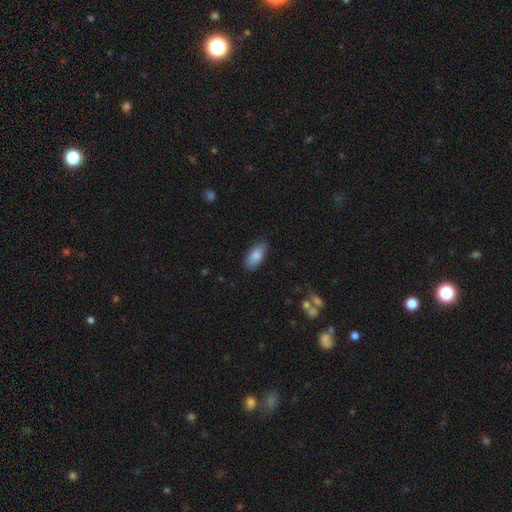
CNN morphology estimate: smooth 83%, featured or disk 11%, star or artifact 6%. Down the decision tree: how rounded — in between (89%); merging — none (80%).